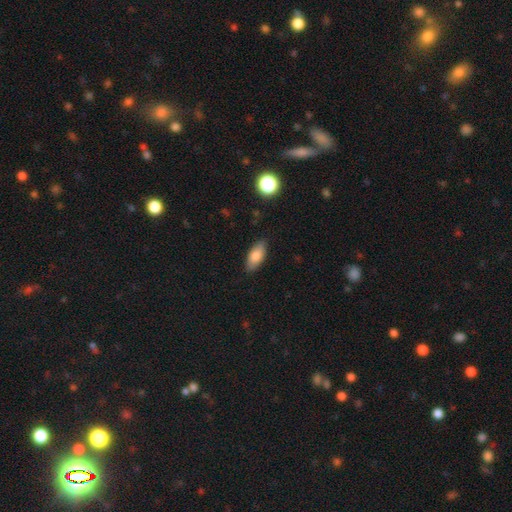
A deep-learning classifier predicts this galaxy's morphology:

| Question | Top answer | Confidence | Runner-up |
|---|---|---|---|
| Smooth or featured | smooth | 81% | featured or disk (12%) |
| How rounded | in between | 85% | cigar-shaped (12%) |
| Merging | none | 85% | minor disturbance (12%) |